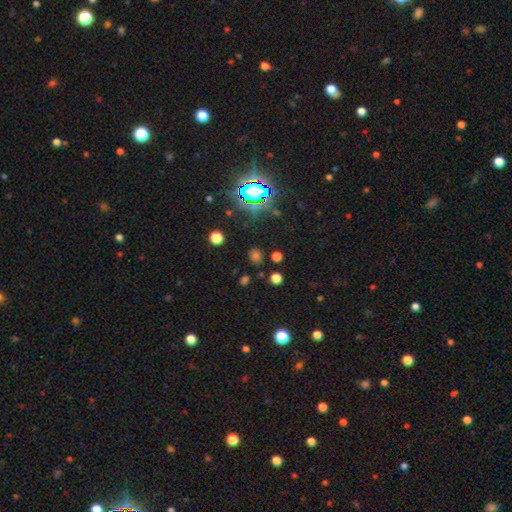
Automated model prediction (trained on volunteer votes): A smooth galaxy with no disk features (49%).

Vote fractions:
- Smooth or featured? smooth: 49% / star or artifact: 44% / featured or disk: 7%
- Merging? none: 83% / minor disturbance: 9% / major disturbance: 4% / merger: 4%